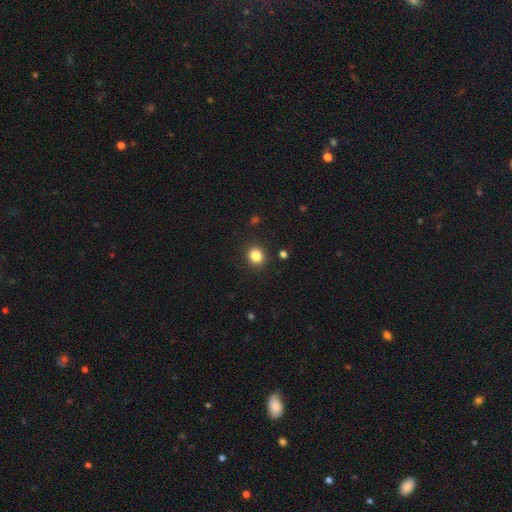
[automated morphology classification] Smooth or featured?
  - smooth: 84% *
  - star or artifact: 12%
  - featured or disk: 5%
How rounded?
  - round: 81% *
  - in between: 19%
  - cigar-shaped: 1%
Merging?
  - none: 90% *
  - minor disturbance: 7%
  - major disturbance: 2%
  - merger: 1%